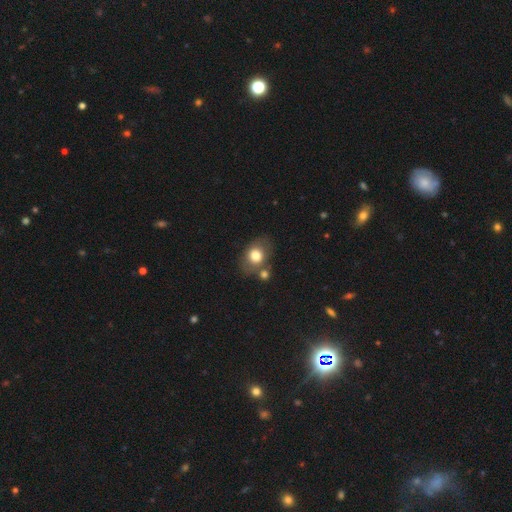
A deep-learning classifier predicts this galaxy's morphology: Smooth or featured?
  - smooth: 76% *
  - featured or disk: 15%
  - star or artifact: 9%
How rounded?
  - in between: 58% *
  - round: 41%
  - cigar-shaped: 1%
Merging?
  - none: 61% *
  - merger: 18%
  - minor disturbance: 15%
  - major disturbance: 6%